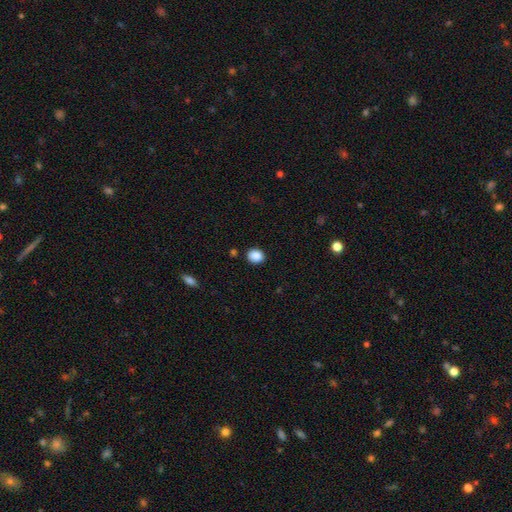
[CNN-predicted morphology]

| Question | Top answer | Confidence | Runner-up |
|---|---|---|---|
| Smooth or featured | smooth | 88% | star or artifact (9%) |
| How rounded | round | 63% | in between (36%) |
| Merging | none | 88% | minor disturbance (8%) |